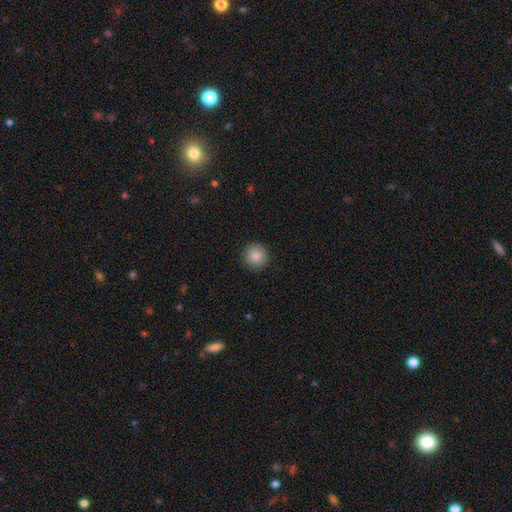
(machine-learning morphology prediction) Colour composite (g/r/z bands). It shows a smooth galaxy with no disk features (86%) that is round (92%). Merging: none (92%).